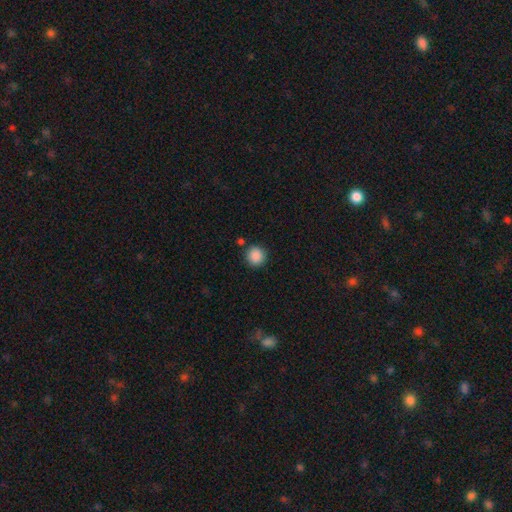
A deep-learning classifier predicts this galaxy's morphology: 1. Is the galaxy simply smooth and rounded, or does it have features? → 88% smooth, 9% star or artifact, 3% featured or disk.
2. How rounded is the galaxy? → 93% round, 6% in between, 1% cigar-shaped.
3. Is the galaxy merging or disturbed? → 85% none, 8% minor disturbance, 4% merger, 3% major disturbance.